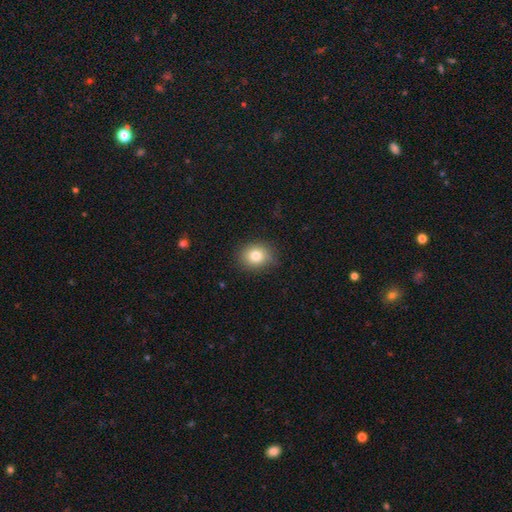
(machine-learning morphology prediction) A smooth galaxy with no disk features (80%) that is round (65%). Merging: none (85%).